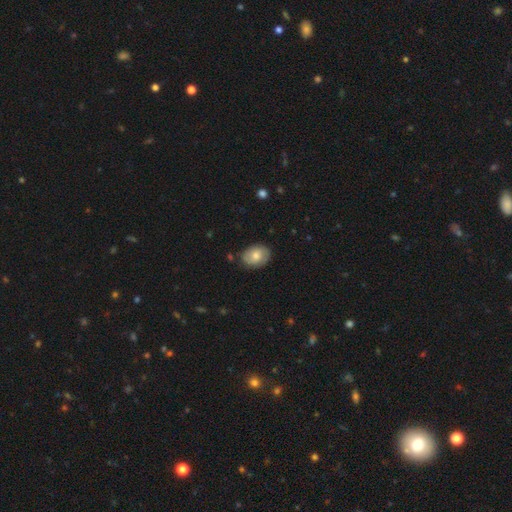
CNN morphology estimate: This is likely a smooth galaxy (67%). How rounded: likely in between (74%). Merging: clearly none (81%).